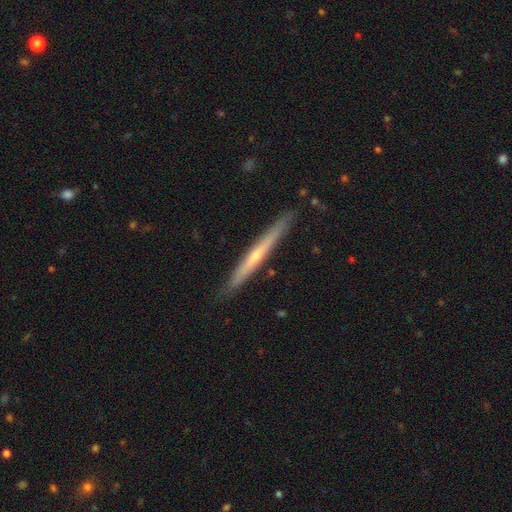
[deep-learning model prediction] smooth-or-featured: featured or disk: 61% | smooth: 33% | star or artifact: 6%
  disk-edge-on: yes: 96% | no: 4%
    edge-on-bulge: none: 51% | rounded: 46% | boxy: 3%
  merging: none: 88% | minor disturbance: 9% | merger: 1% | major disturbance: 1%